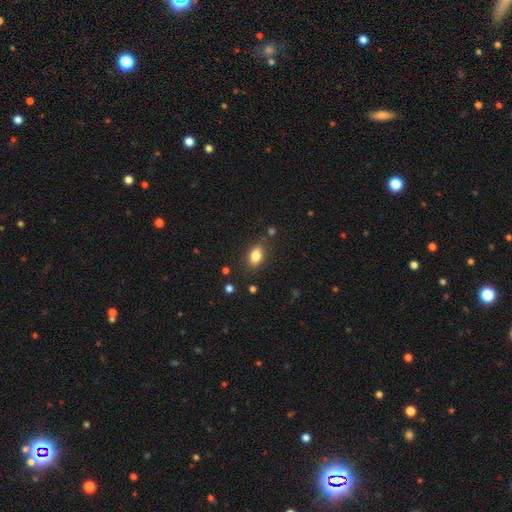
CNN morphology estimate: Smooth or featured?
  - smooth: 83% *
  - star or artifact: 9%
  - featured or disk: 8%
How rounded?
  - in between: 86% *
  - round: 11%
  - cigar-shaped: 3%
Merging?
  - none: 82% *
  - minor disturbance: 12%
  - major disturbance: 3%
  - merger: 3%